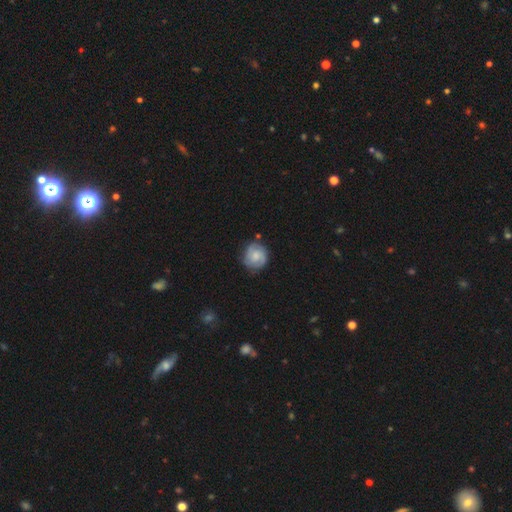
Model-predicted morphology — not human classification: featured or disk 56%, smooth 37%, star or artifact 6%. Down the decision tree: edge-on disk — no (98%); bar — no (59%); spiral arms — yes (90%); bulge size — small (41%, tied with moderate); merging — none (75%).